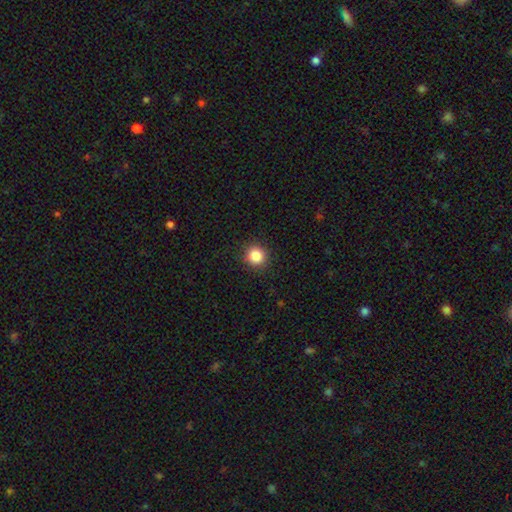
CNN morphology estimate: smooth-or-featured: smooth: 85% | star or artifact: 11% | featured or disk: 4%
  how-rounded: round: 91% | in between: 8% | cigar-shaped: 1%
  merging: none: 91% | minor disturbance: 6% | major disturbance: 2% | merger: 1%